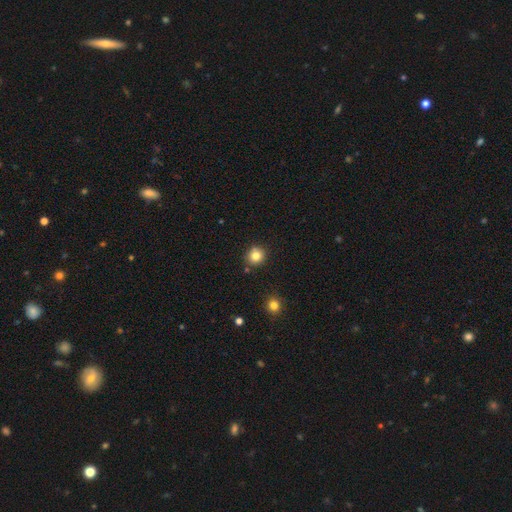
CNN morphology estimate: smooth 82%, star or artifact 11%, featured or disk 7%. Down the decision tree: how rounded — round (91%); merging — none (84%).